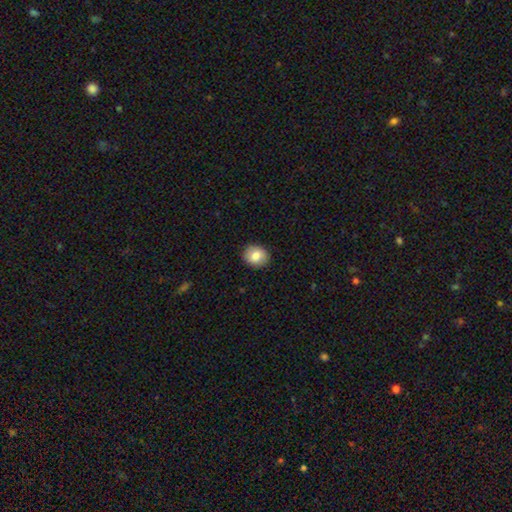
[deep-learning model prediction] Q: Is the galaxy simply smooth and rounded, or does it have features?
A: smooth — 83%.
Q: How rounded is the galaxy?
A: round — 68%.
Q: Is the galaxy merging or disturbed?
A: none — 89%.